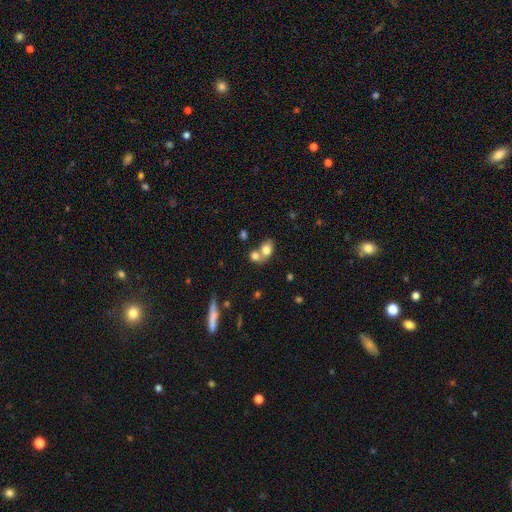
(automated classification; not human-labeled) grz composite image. It shows a smooth galaxy with no disk features (73%) that is in between round and cigar-shaped (51%). Merging: merger (58%).